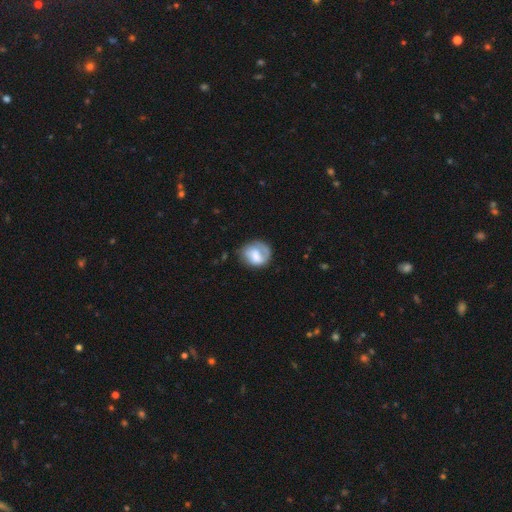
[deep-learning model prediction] A smooth galaxy with no disk features (54%) that is round (67%). Merging: none (52%).